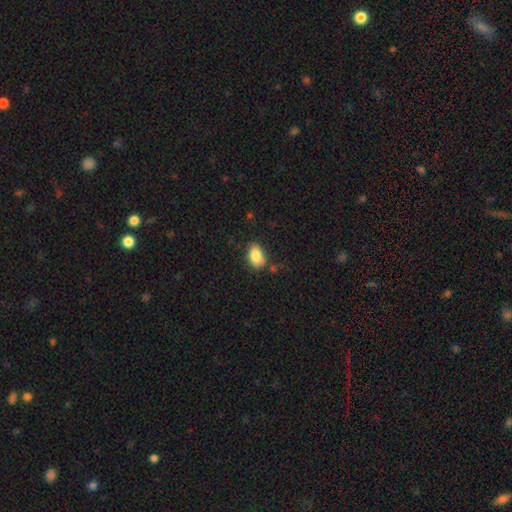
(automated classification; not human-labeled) Morphology: type=smooth (83%); roundness=in between (86%); merging=none (74%).